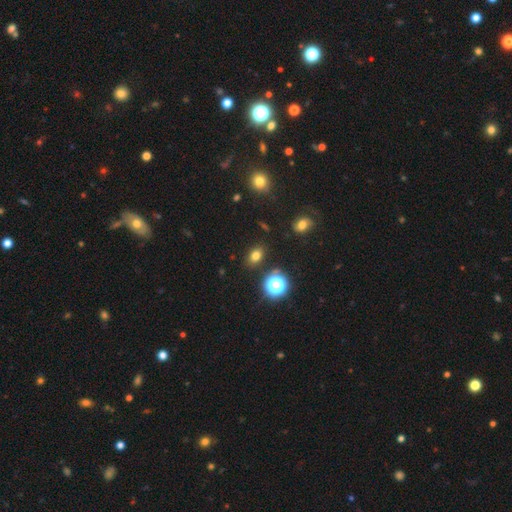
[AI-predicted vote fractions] The model was most divided on "how rounded": in between: 72%, round: 26%, cigar-shaped: 2%. More confident: merging — none (85%); smooth or featured — smooth (73%).